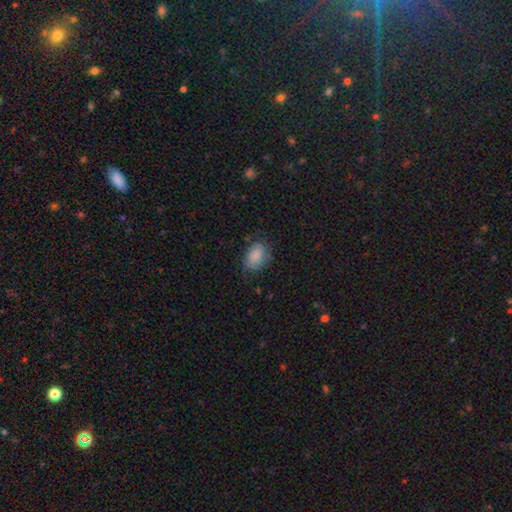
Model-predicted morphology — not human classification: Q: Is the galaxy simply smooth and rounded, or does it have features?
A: smooth — 82%.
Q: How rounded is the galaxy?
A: in between — 81%.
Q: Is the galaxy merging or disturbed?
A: none — 60%.